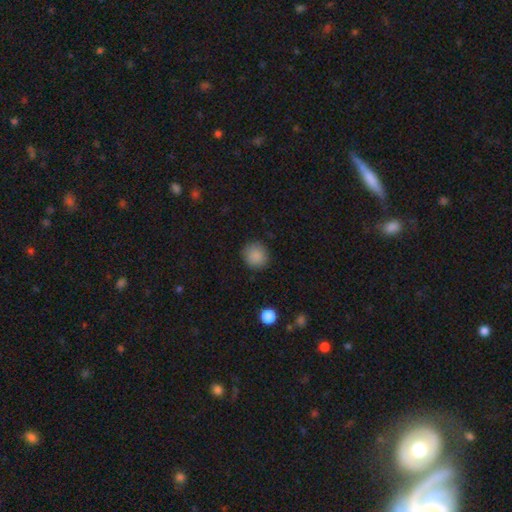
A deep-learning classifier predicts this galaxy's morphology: Smooth or featured: smooth — 87% (star or artifact — 9%)
How rounded: round — 91% (in between — 8%)
Merging: none — 88% (minor disturbance — 8%)